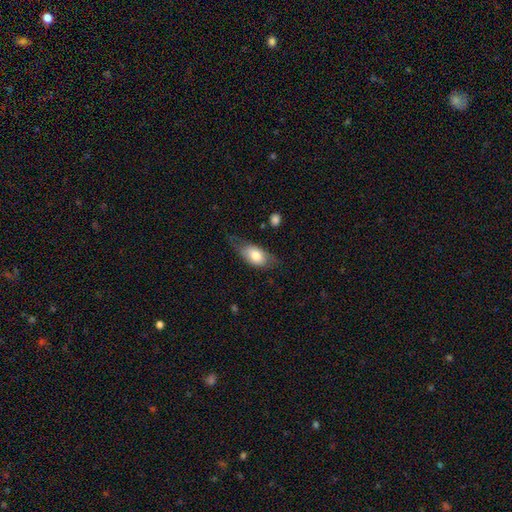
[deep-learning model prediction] smooth_or_featured: smooth (p=0.68) [alt: featured or disk p=0.26]
how_rounded: in between (p=0.86) [alt: round p=0.08]
merging: none (p=0.57) [alt: minor disturbance p=0.29]